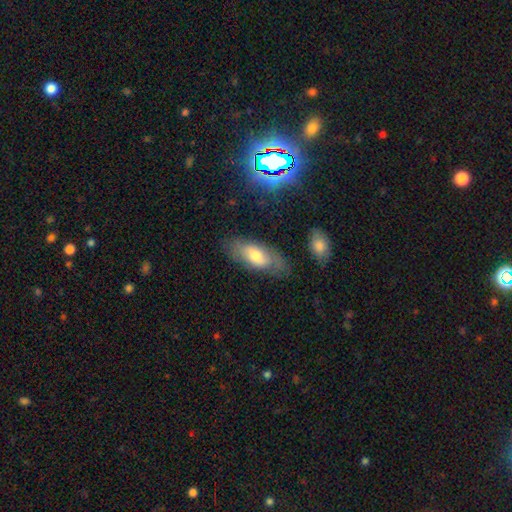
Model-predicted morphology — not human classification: type=smooth (62%); roundness=in between (86%); merging=none (69%).